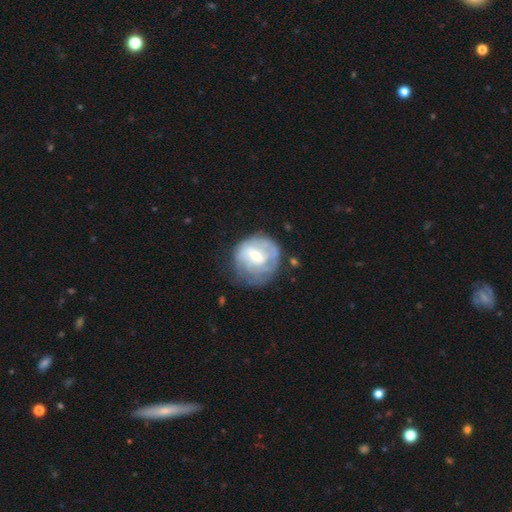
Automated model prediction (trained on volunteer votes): Smooth or featured: featured or disk — 59% (smooth — 34%)
Edge-on disk: no — 97% (yes — 3%)
Bar: weak — 47% (no — 40%)
Spiral arms: yes — 61% (no — 39%)
Bulge size: small — 51% (moderate — 40%)
Merging: none — 57% (minor disturbance — 23%)